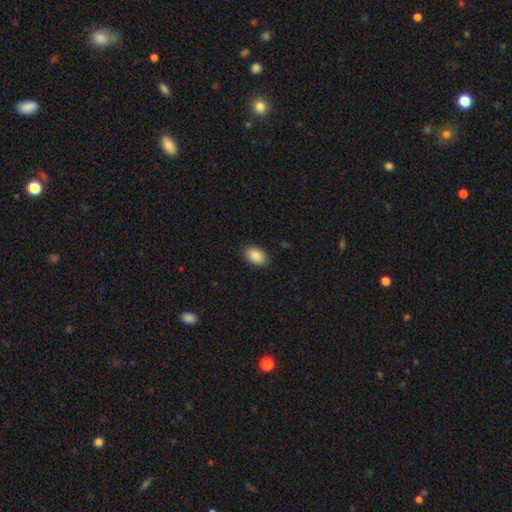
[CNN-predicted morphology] Smooth or featured? Predicted: smooth (p=0.89). How rounded? Predicted: in between (p=0.90). Merging? Predicted: none (p=0.87).